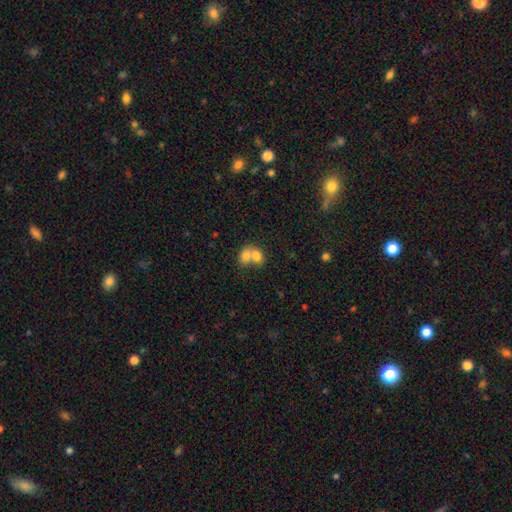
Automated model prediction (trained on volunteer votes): This appears to be a smooth galaxy with no disk features (76%) that is in between round and cigar-shaped (64%). Merging: merger (71%).